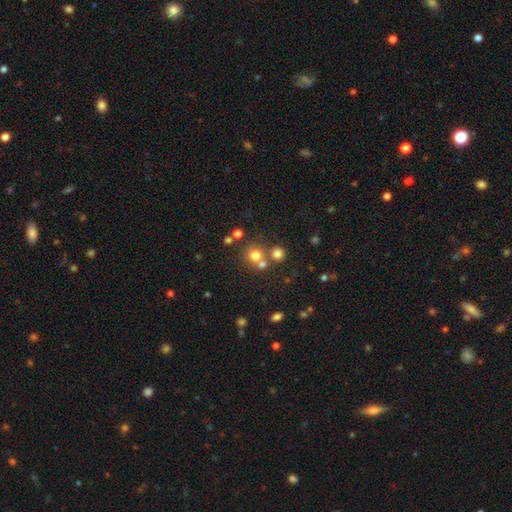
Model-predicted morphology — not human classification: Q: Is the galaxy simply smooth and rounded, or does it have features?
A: smooth — 71%.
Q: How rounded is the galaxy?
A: round — 90%.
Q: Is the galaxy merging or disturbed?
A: none — 61%.